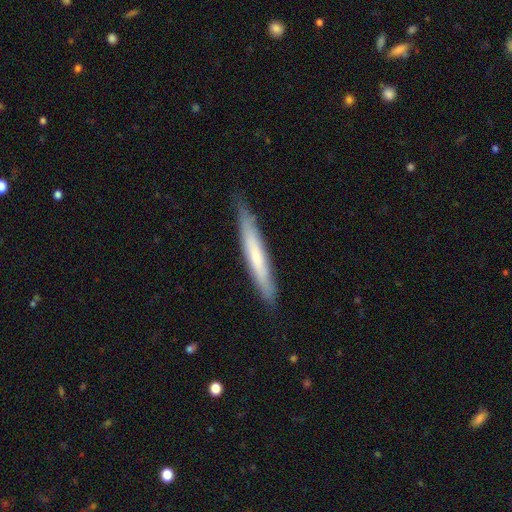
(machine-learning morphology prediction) Q: Smooth or featured?
A: smooth (56%); runner-up: featured or disk (38%)
Q: How rounded?
A: cigar-shaped (95%); runner-up: in between (4%)
Q: Merging?
A: none (83%); runner-up: minor disturbance (14%)